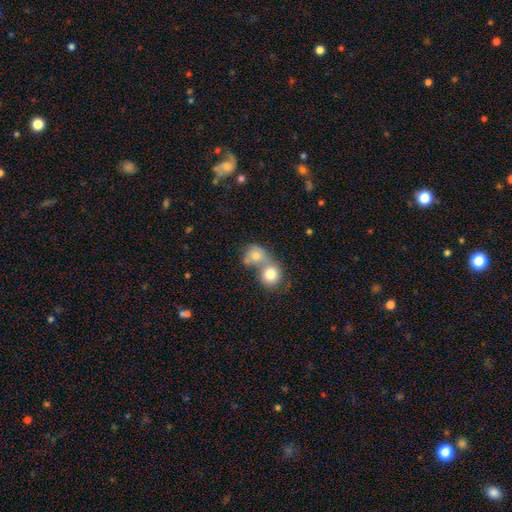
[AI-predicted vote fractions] The model was most divided on "how rounded": round: 72%, in between: 27%, cigar-shaped: 1%. More confident: smooth or featured — smooth (77%); merging — merger (70%).